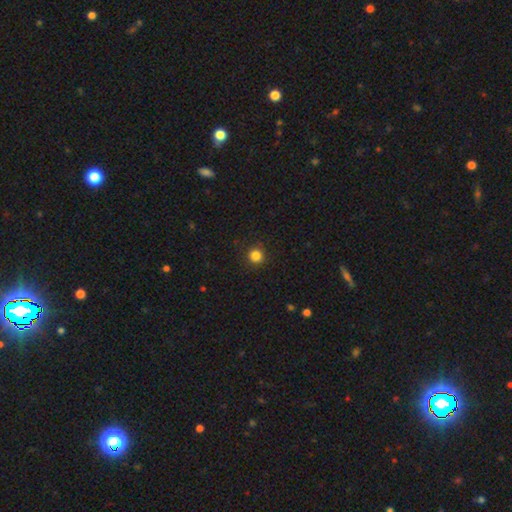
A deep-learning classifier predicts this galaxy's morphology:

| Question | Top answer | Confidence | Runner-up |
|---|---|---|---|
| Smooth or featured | smooth | 84% | star or artifact (12%) |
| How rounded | round | 95% | in between (4%) |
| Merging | none | 91% | minor disturbance (6%) |